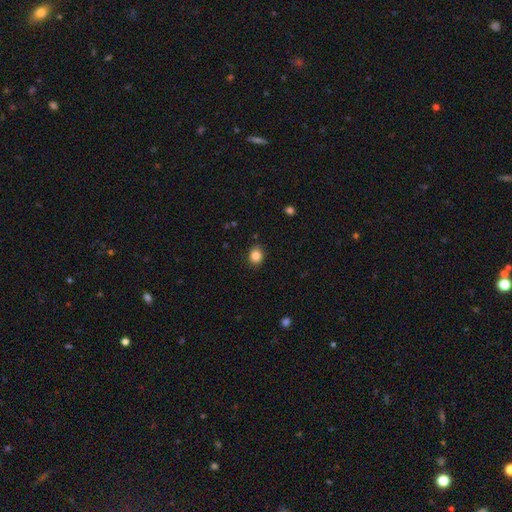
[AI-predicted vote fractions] Q: Smooth or featured?
A: smooth (86%); runner-up: star or artifact (10%)
Q: How rounded?
A: round (69%); runner-up: in between (30%)
Q: Merging?
A: none (88%); runner-up: minor disturbance (9%)